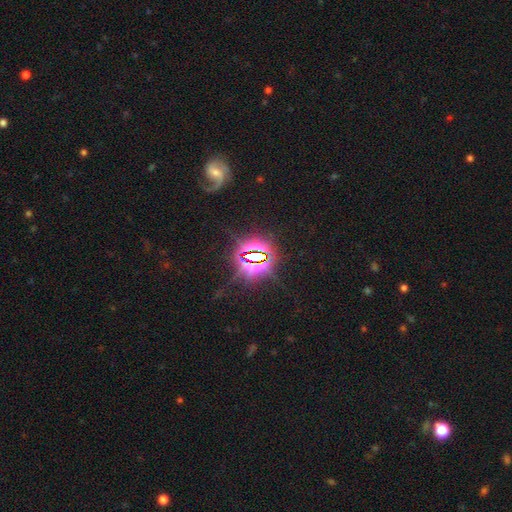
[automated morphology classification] star or artifact 83%, smooth 9%, featured or disk 8%.